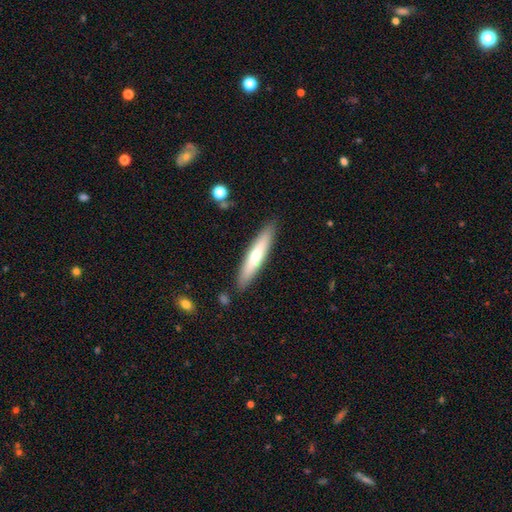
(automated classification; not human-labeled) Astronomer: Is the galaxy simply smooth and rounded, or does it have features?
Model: smooth — 54% (runner-up: featured or disk, 41%).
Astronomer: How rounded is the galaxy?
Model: cigar-shaped — 88%.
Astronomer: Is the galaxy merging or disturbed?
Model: none — 89%.